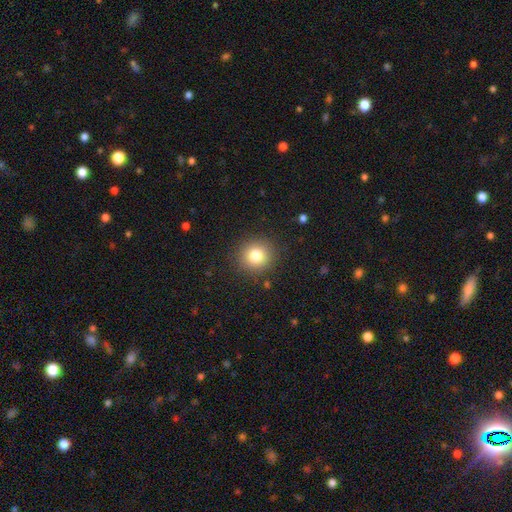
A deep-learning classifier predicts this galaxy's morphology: This is likely a smooth galaxy (80%). How rounded: clearly round (90%). Merging: clearly none (89%).